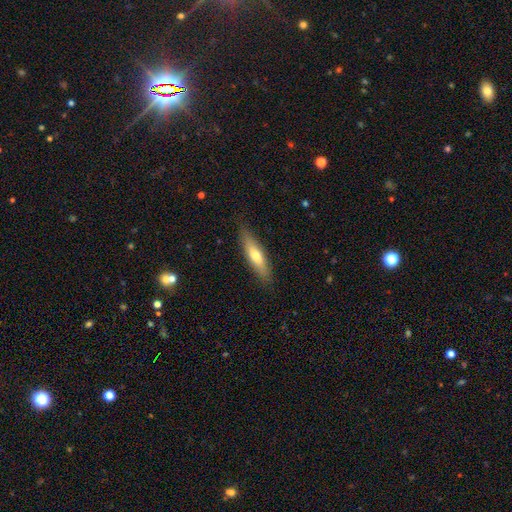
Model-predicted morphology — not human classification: type=smooth (61%); roundness=cigar-shaped (69%); merging=none (85%).